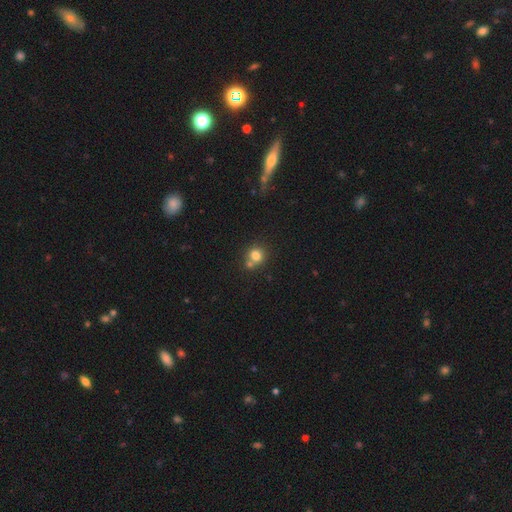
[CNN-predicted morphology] smooth-or-featured: smooth: 78% | star or artifact: 13% | featured or disk: 9%
  how-rounded: round: 83% | in between: 16% | cigar-shaped: 1%
  merging: none: 57% | merger: 31% | minor disturbance: 9% | major disturbance: 3%